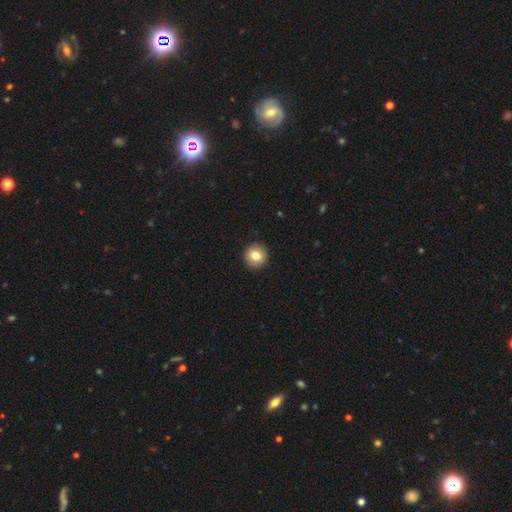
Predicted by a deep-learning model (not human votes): smooth_or_featured: smooth (p=0.81) [alt: featured or disk p=0.10]
how_rounded: round (p=0.94) [alt: in between p=0.05]
merging: none (p=0.93) [alt: minor disturbance p=0.05]